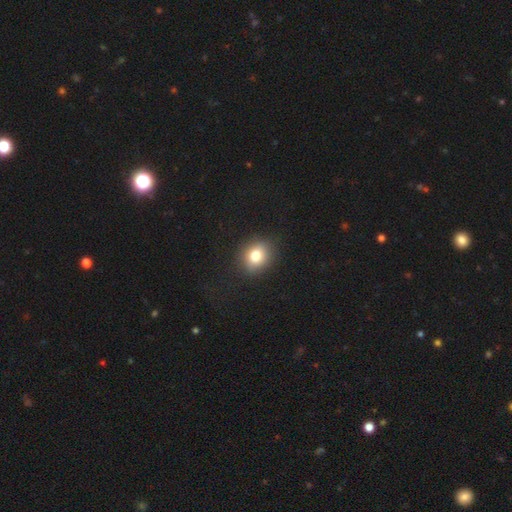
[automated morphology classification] smooth_or_featured: smooth (p=0.81) [alt: star or artifact p=0.11]
how_rounded: round (p=0.64) [alt: in between p=0.35]
merging: none (p=0.87) [alt: minor disturbance p=0.09]